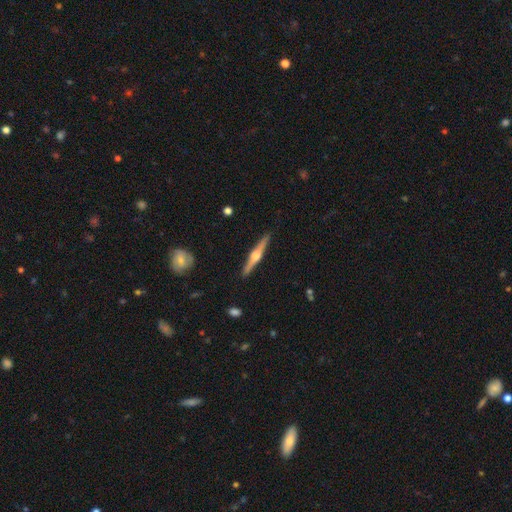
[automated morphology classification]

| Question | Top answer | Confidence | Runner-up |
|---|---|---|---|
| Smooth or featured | featured or disk | 80% | smooth (16%) |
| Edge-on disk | yes | 98% | no (2%) |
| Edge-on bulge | rounded | 93% | boxy (5%) |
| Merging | none | 91% | minor disturbance (6%) |